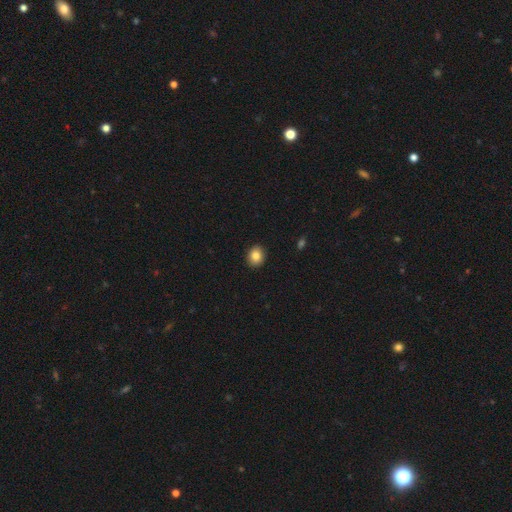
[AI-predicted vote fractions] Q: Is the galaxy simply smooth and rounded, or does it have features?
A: smooth — 85%.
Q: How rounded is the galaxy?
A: round — 61%.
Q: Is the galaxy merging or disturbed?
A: none — 91%.